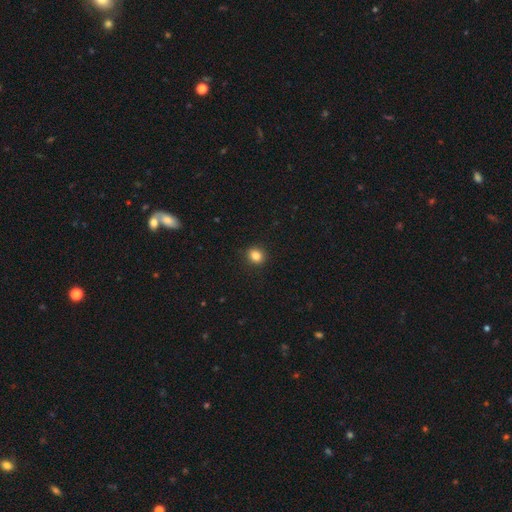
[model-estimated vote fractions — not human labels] Q: Smooth or featured?
A: smooth (84%); runner-up: star or artifact (11%)
Q: How rounded?
A: round (77%); runner-up: in between (22%)
Q: Merging?
A: none (91%); runner-up: minor disturbance (6%)